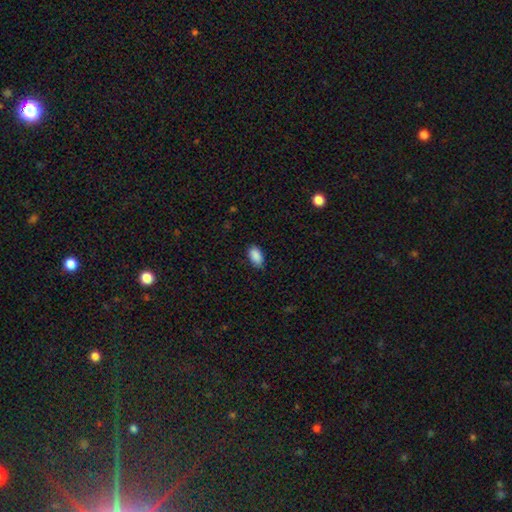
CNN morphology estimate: The model was most divided on "merging": none: 77%, minor disturbance: 19%, major disturbance: 3%, merger: 1%. More confident: how rounded — in between (93%); smooth or featured — smooth (89%).